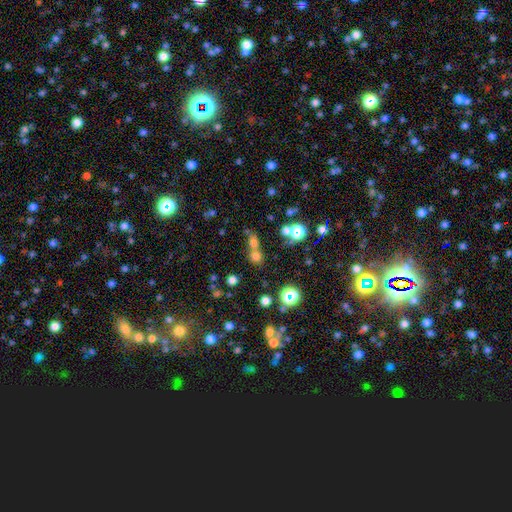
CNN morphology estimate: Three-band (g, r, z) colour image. It shows a smooth galaxy with no disk features (63%) that is round (80%). Merging: none (49%).